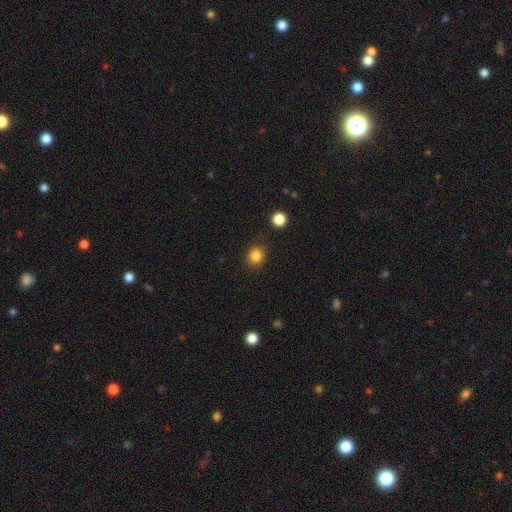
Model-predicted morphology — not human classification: A smooth galaxy with no disk features (84%) that is round (77%). Merging: none (86%).